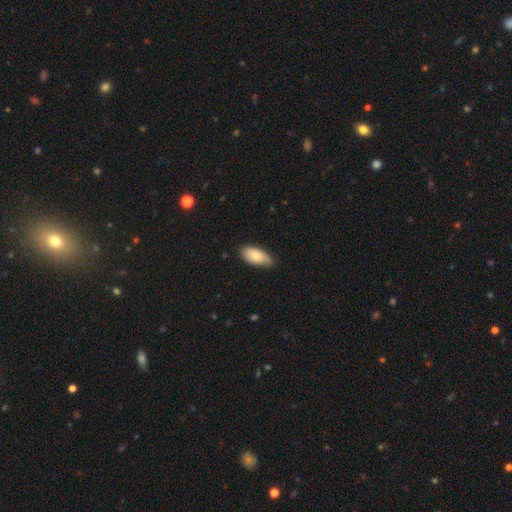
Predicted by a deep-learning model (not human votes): A smooth galaxy with no disk features (80%) that is in between round and cigar-shaped (93%).

Vote fractions:
- Smooth or featured? smooth: 80% / featured or disk: 14% / star or artifact: 6%
- How rounded? in between: 93% / cigar-shaped: 5% / round: 2%
- Merging? none: 77% / minor disturbance: 19% / major disturbance: 2% / merger: 1%